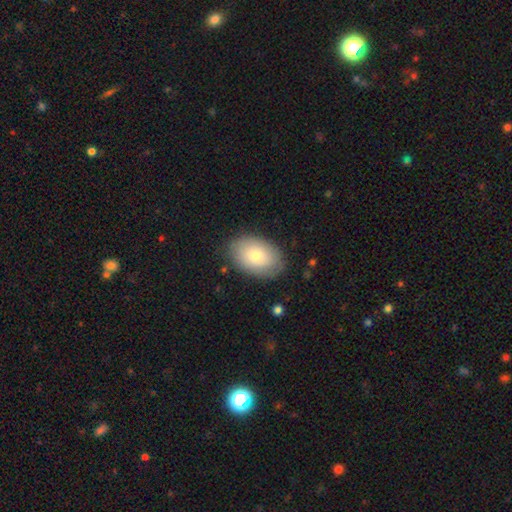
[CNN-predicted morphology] Smooth or featured: smooth — 78% (featured or disk — 15%)
How rounded: in between — 88% (round — 11%)
Merging: none — 83% (minor disturbance — 12%)